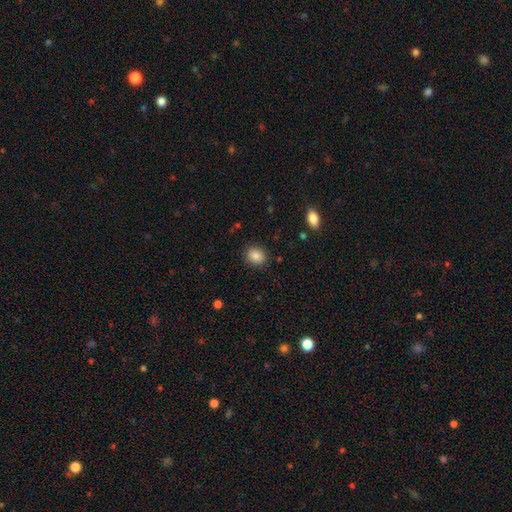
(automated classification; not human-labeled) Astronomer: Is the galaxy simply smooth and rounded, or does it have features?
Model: smooth — 86%.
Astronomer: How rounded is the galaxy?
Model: round — 56% (runner-up: in between, 43%).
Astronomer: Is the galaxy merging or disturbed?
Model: none — 88%.